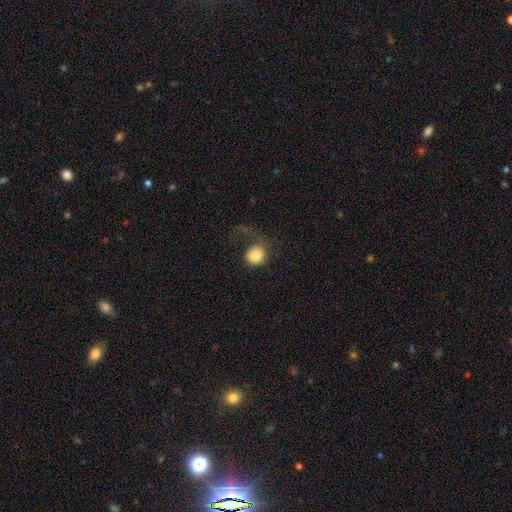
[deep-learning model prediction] The model was most divided on "merging": none: 48%, major disturbance: 32%, minor disturbance: 18%, merger: 3%. More confident: how rounded — round (89%); smooth or featured — smooth (82%).